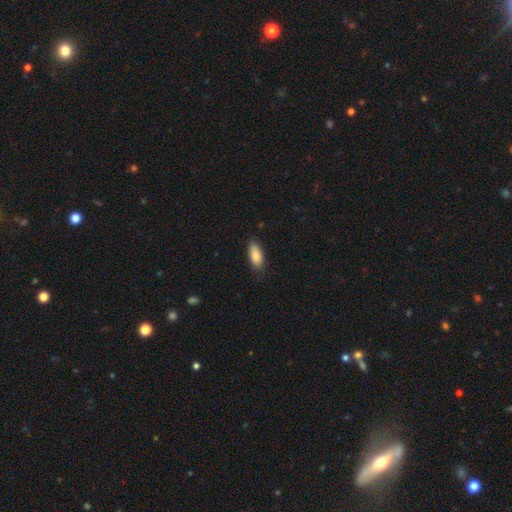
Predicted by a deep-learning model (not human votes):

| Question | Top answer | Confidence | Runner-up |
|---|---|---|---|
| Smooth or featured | smooth | 85% | featured or disk (9%) |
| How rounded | in between | 84% | cigar-shaped (13%) |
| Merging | none | 79% | minor disturbance (17%) |